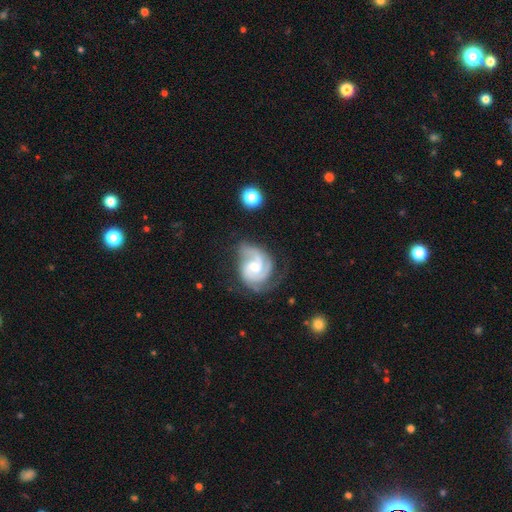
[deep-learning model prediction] smooth_or_featured: featured or disk (p=0.89) [alt: smooth p=0.07]
disk_edge_on: no (p=0.98) [alt: yes p=0.02]
bar: weak (p=0.47) [alt: no p=0.45]
has_spiral_arms: yes (p=0.98) [alt: no p=0.02]
spiral_winding: tight (p=0.47) [alt: medium p=0.44]
spiral_arm_count: 2 (p=0.51) [alt: 3 p=0.30]
bulge_size: moderate (p=0.49) [alt: small p=0.38]
merging: none (p=0.59) [alt: minor disturbance p=0.24]